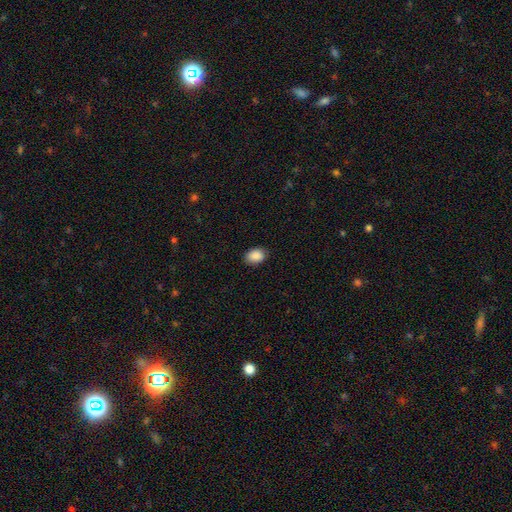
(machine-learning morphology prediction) Smooth or featured? smooth (89%)
How rounded? in between (74%)
Merging? none (87%)